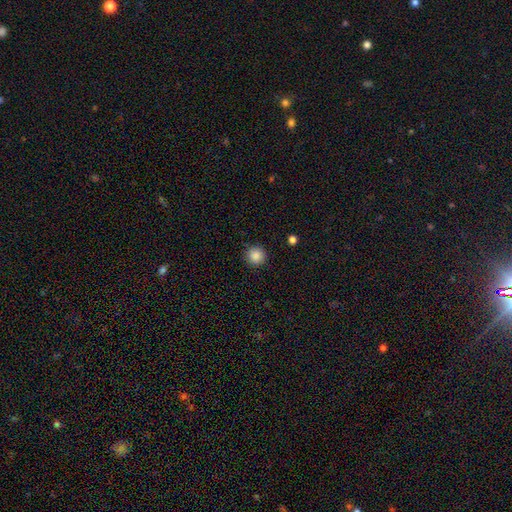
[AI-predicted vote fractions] This is clearly a smooth galaxy (87%). How rounded: clearly round (95%). Merging: clearly none (91%).